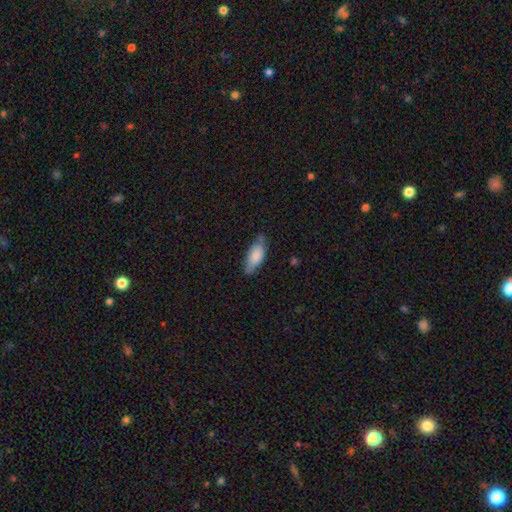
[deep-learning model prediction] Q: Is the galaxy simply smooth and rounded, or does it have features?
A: smooth — 80%.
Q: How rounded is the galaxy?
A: in between — 79%.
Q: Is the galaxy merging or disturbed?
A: none — 65%.